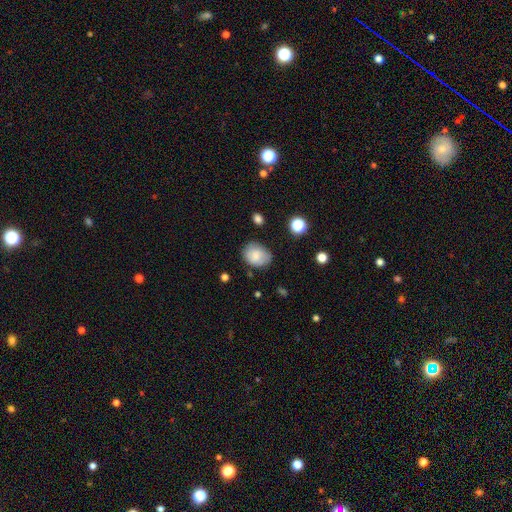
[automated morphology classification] Smooth or featured?
  - smooth: 75% *
  - featured or disk: 16%
  - star or artifact: 9%
How rounded?
  - in between: 54% *
  - round: 45%
  - cigar-shaped: 1%
Merging?
  - none: 66% *
  - minor disturbance: 25%
  - major disturbance: 7%
  - merger: 2%